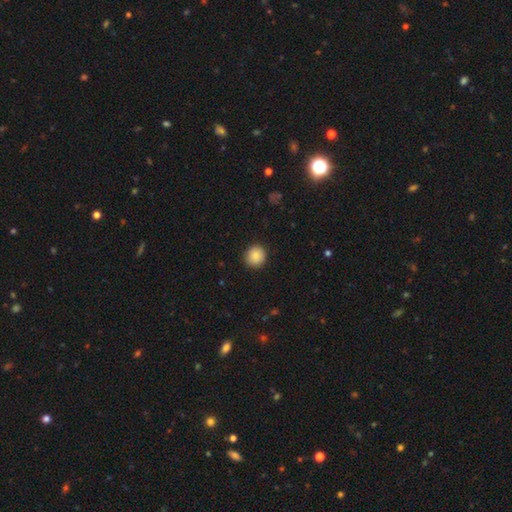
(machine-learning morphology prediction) Smooth or featured?
  - smooth: 85% *
  - star or artifact: 9%
  - featured or disk: 7%
How rounded?
  - round: 93% *
  - in between: 6%
  - cigar-shaped: 1%
Merging?
  - none: 90% *
  - minor disturbance: 7%
  - major disturbance: 2%
  - merger: 1%